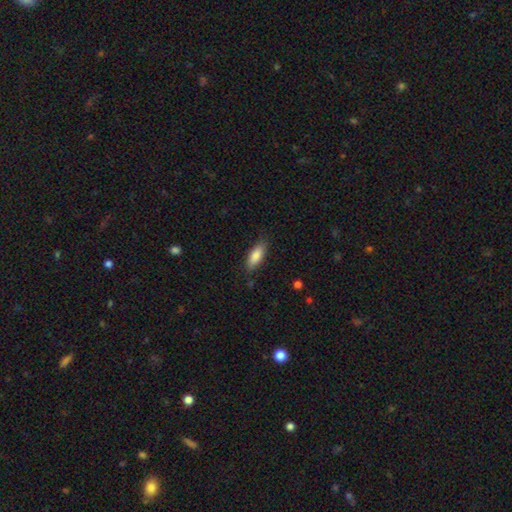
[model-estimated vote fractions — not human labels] smooth-or-featured: smooth: 83% | featured or disk: 10% | star or artifact: 6%
  how-rounded: in between: 73% | cigar-shaped: 25% | round: 2%
  merging: none: 81% | minor disturbance: 14% | major disturbance: 3% | merger: 1%